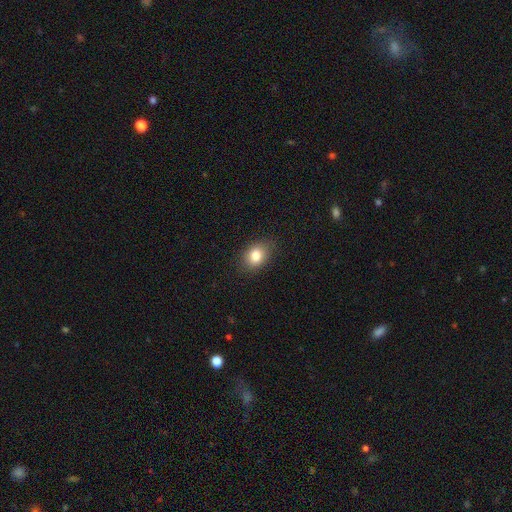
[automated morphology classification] type=smooth (82%); roundness=in between (67%); merging=none (84%).